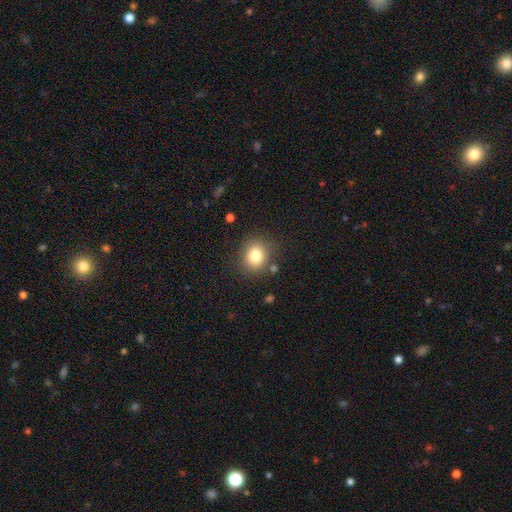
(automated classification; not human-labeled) Overall: smooth (80%). How rounded: round (71%). Merging: none (82%).